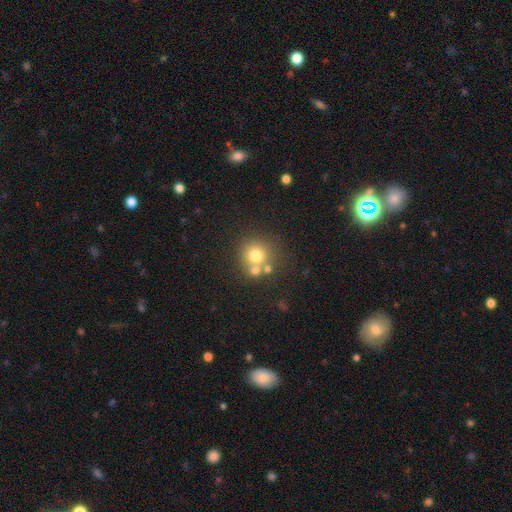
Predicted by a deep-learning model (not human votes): This is likely a smooth galaxy (72%). How rounded: clearly round (90%). Merging: possibly none (59%).